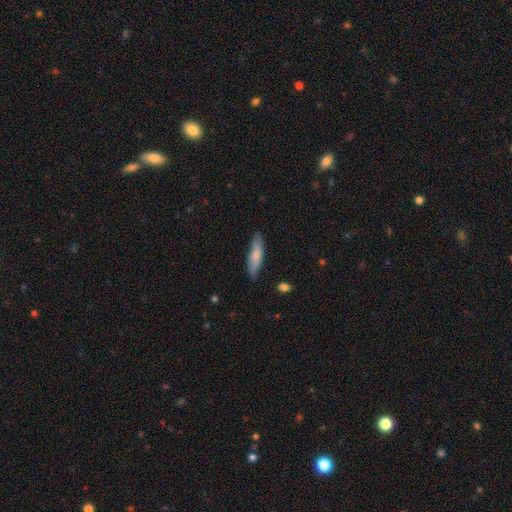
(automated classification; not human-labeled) Smooth or featured: smooth — 77% (featured or disk — 18%)
How rounded: cigar-shaped — 66% (in between — 32%)
Merging: none — 82% (minor disturbance — 14%)